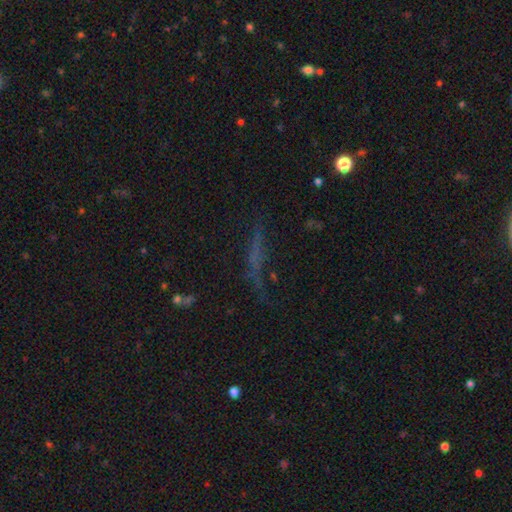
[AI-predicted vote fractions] Smooth or featured?
  - smooth: 38% *
  - featured or disk: 34%
  - star or artifact: 28%
Merging?
  - none: 63% *
  - minor disturbance: 19%
  - major disturbance: 14%
  - merger: 4%